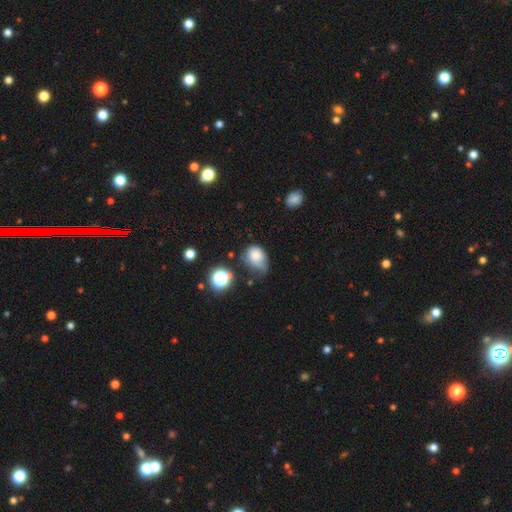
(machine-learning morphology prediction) Overall: smooth (74%). How rounded: in between (63%; round 36%). Merging: minor disturbance (43%; none 27%).